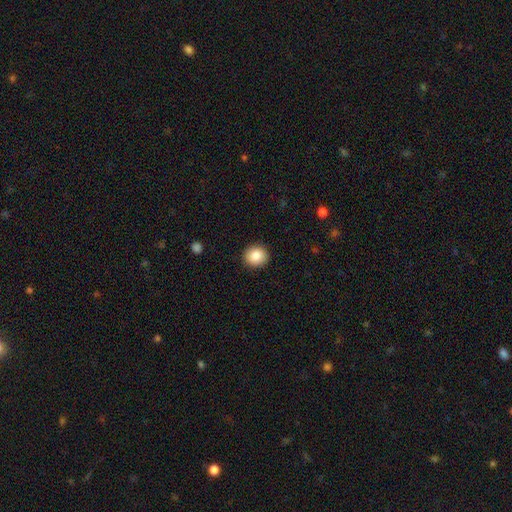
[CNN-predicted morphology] A smooth galaxy with no disk features (87%) that is round (82%).

Vote fractions:
- Smooth or featured? smooth: 87% / star or artifact: 8% / featured or disk: 5%
- How rounded? round: 82% / in between: 17% / cigar-shaped: 1%
- Merging? none: 91% / minor disturbance: 6% / major disturbance: 2% / merger: 1%